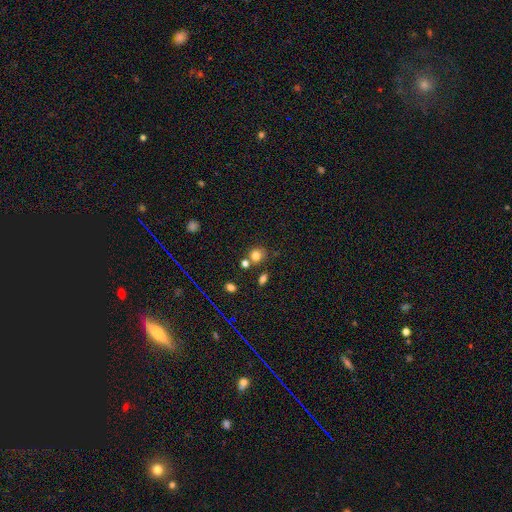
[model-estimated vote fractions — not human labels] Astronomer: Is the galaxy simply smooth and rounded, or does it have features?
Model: smooth — 77%.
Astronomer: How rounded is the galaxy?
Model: round — 78%.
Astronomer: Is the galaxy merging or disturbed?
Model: none — 65%.